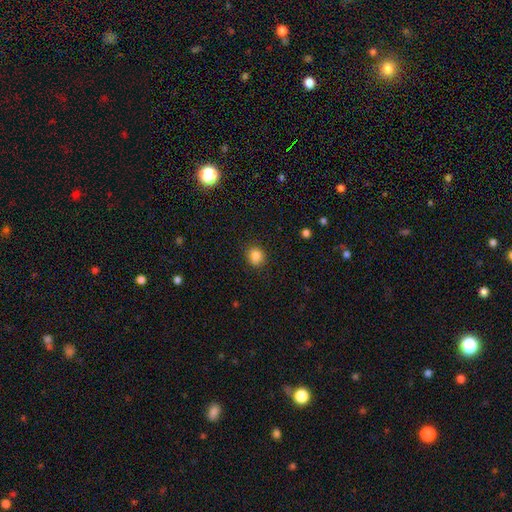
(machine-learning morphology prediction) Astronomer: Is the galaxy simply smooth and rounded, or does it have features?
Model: smooth — 85%.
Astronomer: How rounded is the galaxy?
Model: round — 73%.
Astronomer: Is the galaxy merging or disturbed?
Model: none — 85%.